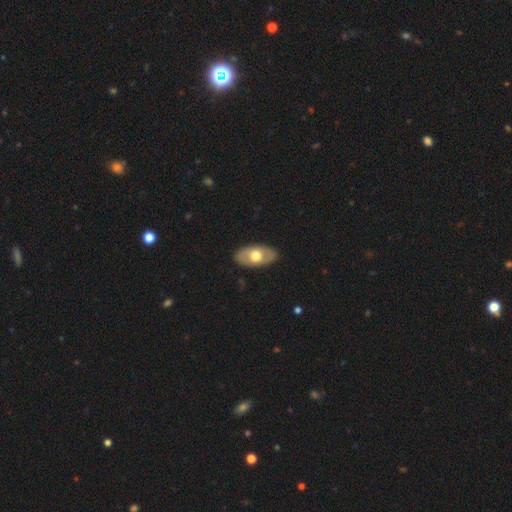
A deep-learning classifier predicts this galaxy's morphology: The model was most divided on "smooth or featured": smooth: 54%, featured or disk: 41%, star or artifact: 5%. More confident: how rounded — in between (92%); merging — none (87%).